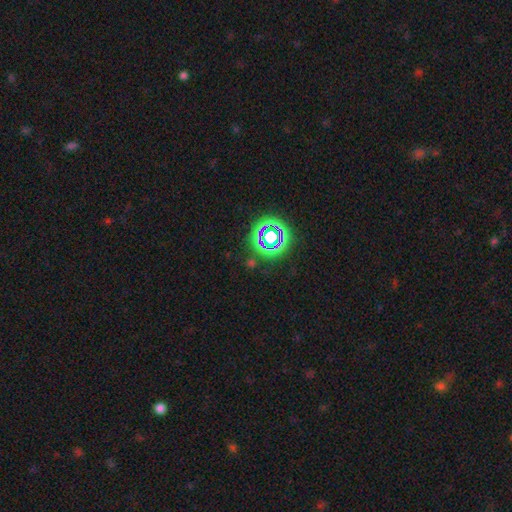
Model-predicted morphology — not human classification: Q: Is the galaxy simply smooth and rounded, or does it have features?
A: star or artifact — 74%.